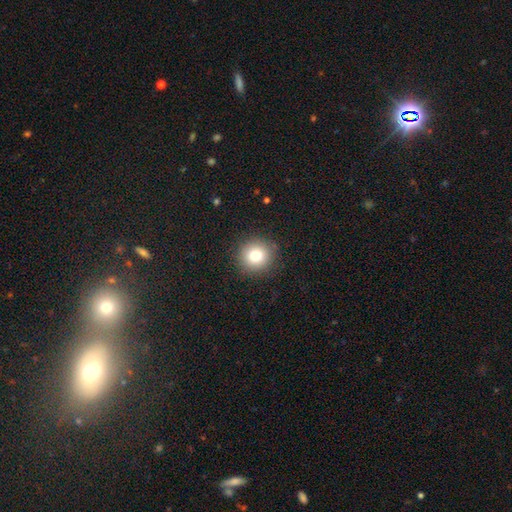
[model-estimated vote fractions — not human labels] This is clearly a smooth galaxy (81%). How rounded: clearly round (91%). Merging: clearly none (89%).